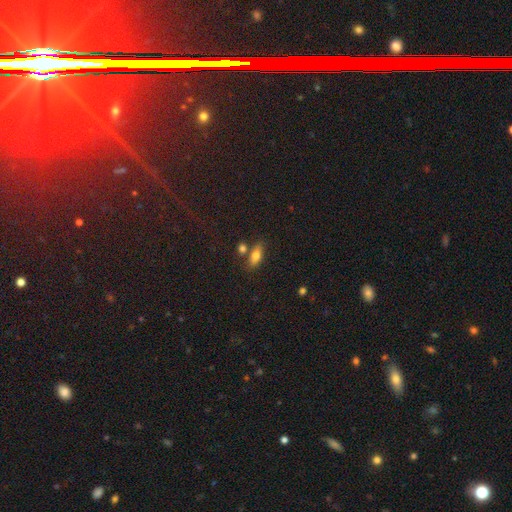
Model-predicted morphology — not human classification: smooth_or_featured: smooth (p=0.74) [alt: featured or disk p=0.17]
how_rounded: in between (p=0.75) [alt: cigar-shaped p=0.20]
merging: none (p=0.68) [alt: merger p=0.15]